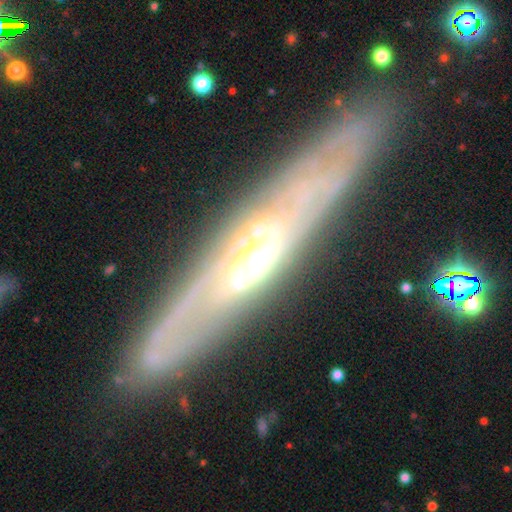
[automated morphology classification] Smooth or featured?
  - featured or disk: 80% *
  - smooth: 12%
  - star or artifact: 7%
Edge-on disk?
  - yes: 65% *
  - no: 35%
Edge-on bulge?
  - rounded: 61% *
  - none: 30%
  - boxy: 8%
Merging?
  - none: 80% *
  - minor disturbance: 13%
  - major disturbance: 5%
  - merger: 2%